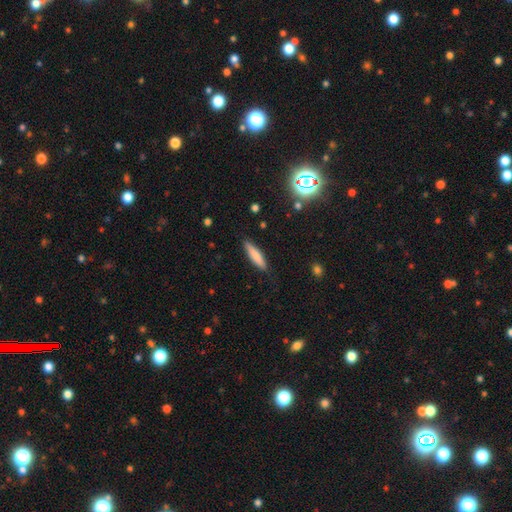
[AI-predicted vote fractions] smooth_or_featured: smooth (p=0.78) [alt: featured or disk p=0.15]
how_rounded: cigar-shaped (p=0.78) [alt: in between p=0.20]
merging: none (p=0.86) [alt: minor disturbance p=0.11]